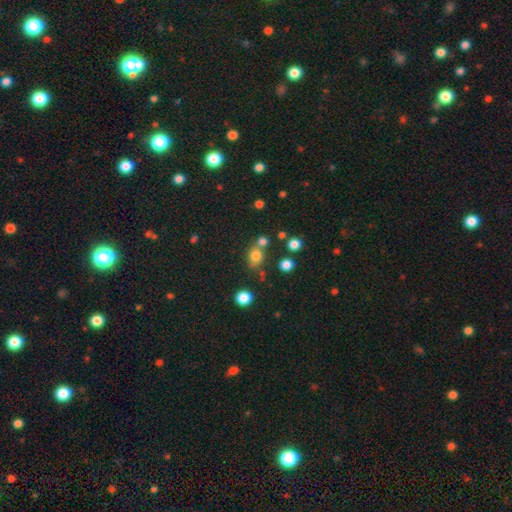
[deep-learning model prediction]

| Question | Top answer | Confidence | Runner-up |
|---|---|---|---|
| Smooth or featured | smooth | 76% | star or artifact (16%) |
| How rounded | round | 61% | in between (38%) |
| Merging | none | 58% | merger (25%) |